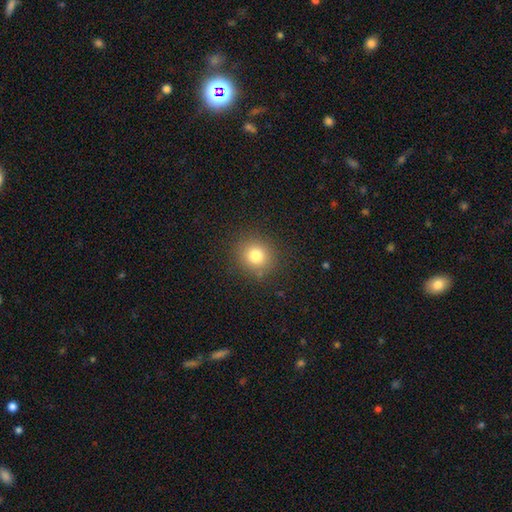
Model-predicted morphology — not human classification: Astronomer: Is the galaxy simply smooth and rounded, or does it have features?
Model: smooth — 79%.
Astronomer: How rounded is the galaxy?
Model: round — 88%.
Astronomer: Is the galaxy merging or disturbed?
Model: none — 87%.